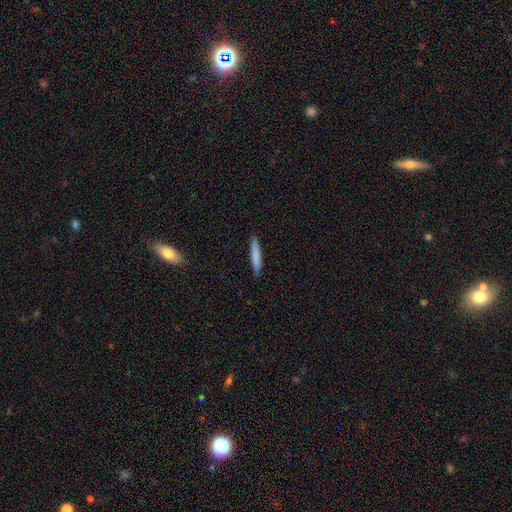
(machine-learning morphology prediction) This is clearly a smooth galaxy (81%). How rounded: clearly cigar-shaped (92%). Merging: clearly none (89%).